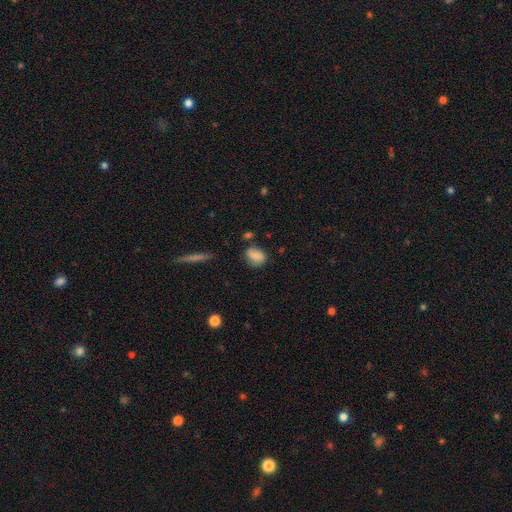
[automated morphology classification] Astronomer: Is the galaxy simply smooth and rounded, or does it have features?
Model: smooth — 76%.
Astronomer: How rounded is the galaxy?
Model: in between — 67%.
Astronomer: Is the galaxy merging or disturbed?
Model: none — 64%.